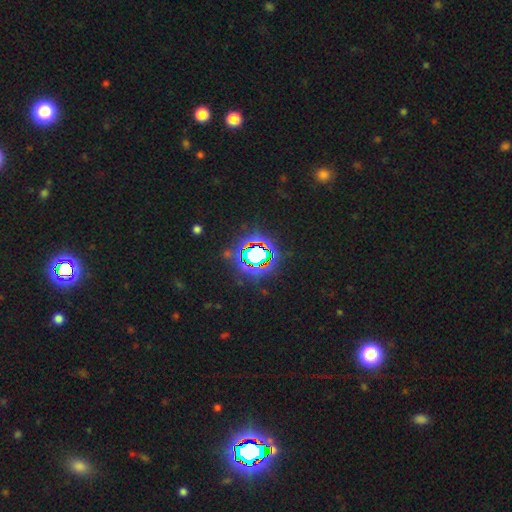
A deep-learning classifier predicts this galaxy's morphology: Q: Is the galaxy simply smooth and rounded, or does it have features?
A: star or artifact — 72%.